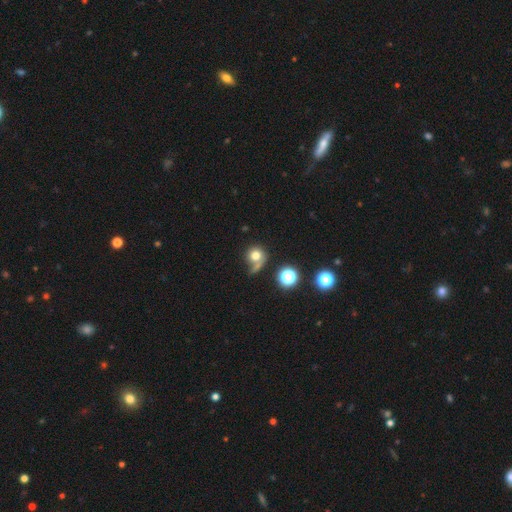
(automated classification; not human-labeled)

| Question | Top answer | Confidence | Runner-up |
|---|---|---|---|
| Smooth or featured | smooth | 72% | featured or disk (16%) |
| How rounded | round | 85% | in between (13%) |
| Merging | none | 45% | merger (20%) |